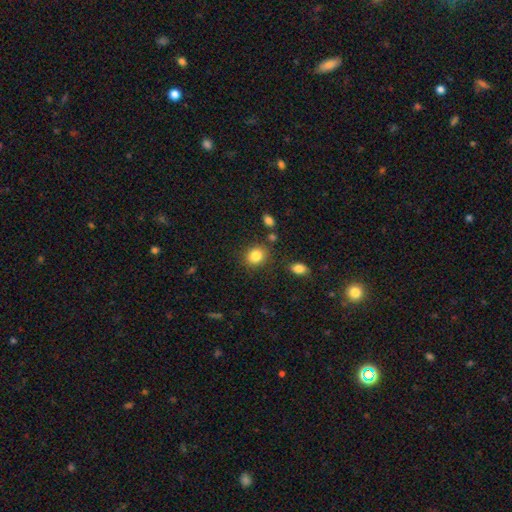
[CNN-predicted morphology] A smooth galaxy with no disk features (84%) that is round (67%).

Vote fractions:
- Smooth or featured? smooth: 84% / star or artifact: 10% / featured or disk: 6%
- How rounded? round: 67% / in between: 32% / cigar-shaped: 1%
- Merging? none: 83% / minor disturbance: 10% / merger: 4% / major disturbance: 3%